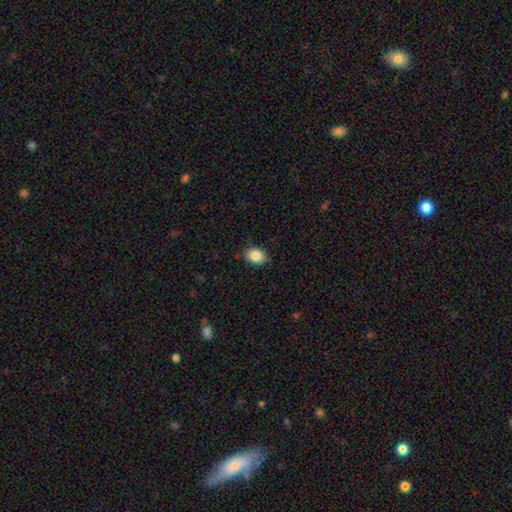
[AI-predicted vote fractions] smooth 86%, star or artifact 8%, featured or disk 6%. Down the decision tree: how rounded — in between (61%); merging — none (84%).